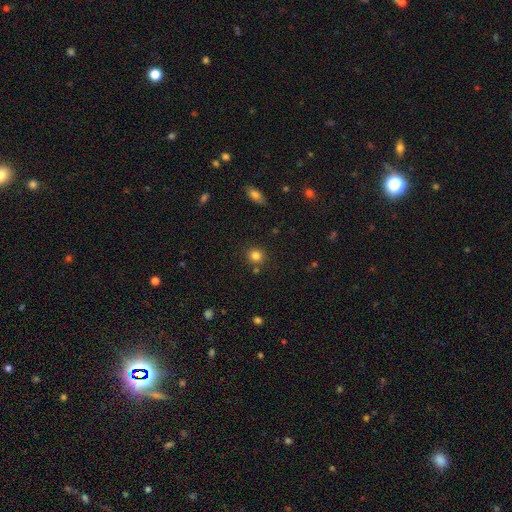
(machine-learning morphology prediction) A smooth galaxy with no disk features (83%) that is round (85%). Merging: none (82%).